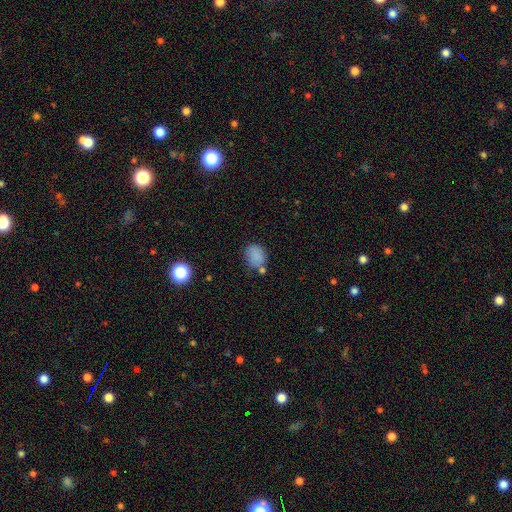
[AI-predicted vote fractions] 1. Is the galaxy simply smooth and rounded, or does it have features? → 82% smooth, 12% star or artifact, 6% featured or disk.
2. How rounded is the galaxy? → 52% in between, 47% round, 1% cigar-shaped.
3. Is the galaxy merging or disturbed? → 60% none, 21% minor disturbance, 11% merger, 7% major disturbance.